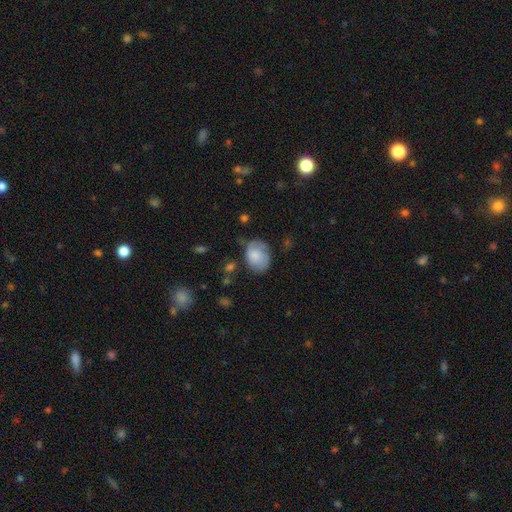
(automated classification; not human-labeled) Overall: smooth (74%). How rounded: in between (61%; round 38%). Merging: none (51%; minor disturbance 33%).